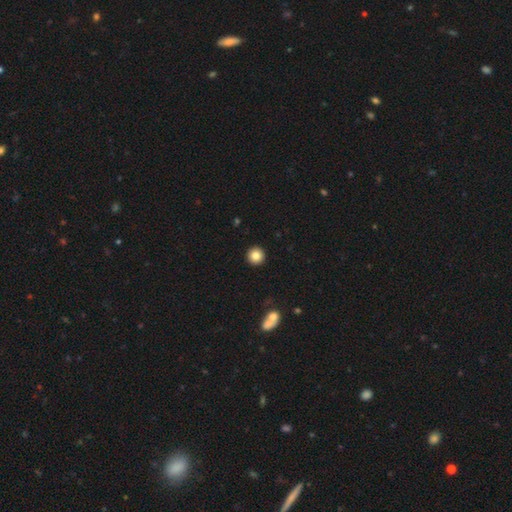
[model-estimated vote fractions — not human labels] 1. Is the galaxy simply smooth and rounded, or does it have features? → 84% smooth, 9% star or artifact, 6% featured or disk.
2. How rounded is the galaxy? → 95% round, 4% in between, 1% cigar-shaped.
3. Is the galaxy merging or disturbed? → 93% none, 4% minor disturbance, 1% major disturbance, 1% merger.